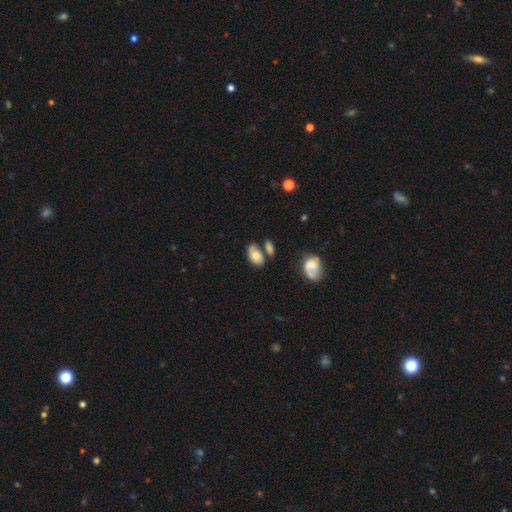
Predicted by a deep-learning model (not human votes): smooth_or_featured: smooth (p=0.73) [alt: featured or disk p=0.18]
how_rounded: in between (p=0.90) [alt: round p=0.08]
merging: none (p=0.42) [alt: merger p=0.24]